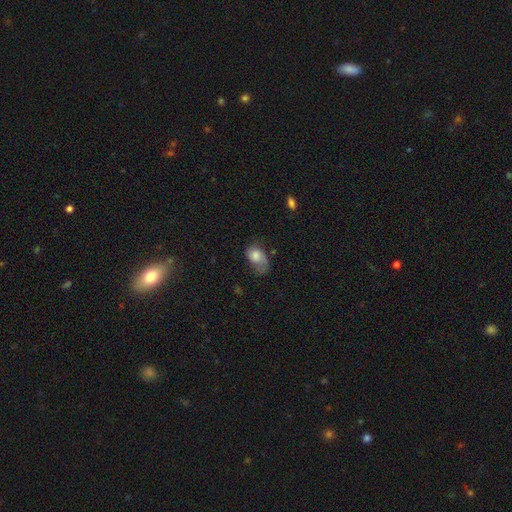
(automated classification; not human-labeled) smooth-or-featured: smooth: 70% | featured or disk: 22% | star or artifact: 8%
  how-rounded: in between: 81% | round: 18% | cigar-shaped: 1%
  merging: major disturbance: 34% | minor disturbance: 33% | none: 30% | merger: 3%